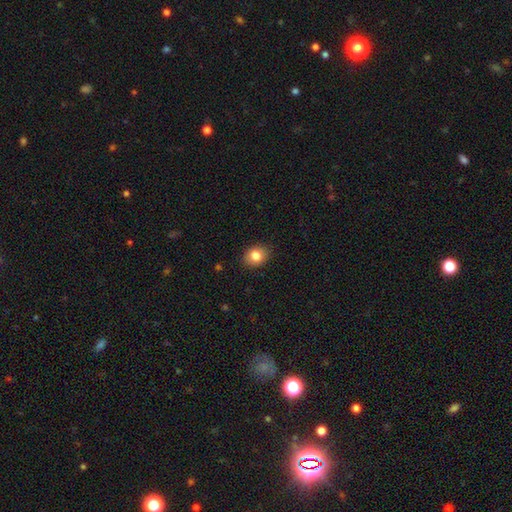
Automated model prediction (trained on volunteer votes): This appears to be a smooth galaxy with no disk features (82%) that is in between round and cigar-shaped (55%). Merging: none (87%).